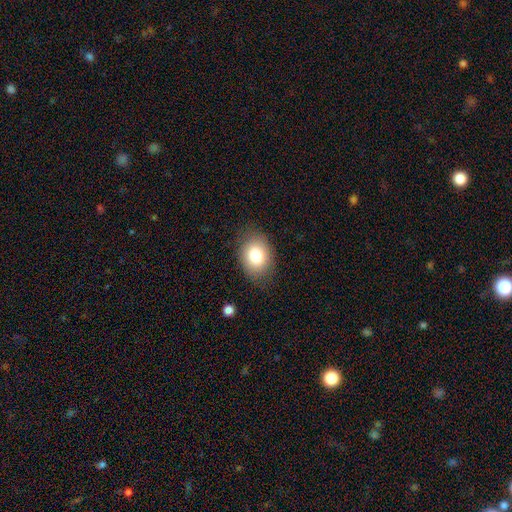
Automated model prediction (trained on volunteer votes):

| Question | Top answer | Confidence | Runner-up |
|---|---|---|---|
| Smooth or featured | smooth | 81% | featured or disk (10%) |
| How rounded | in between | 75% | round (24%) |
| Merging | none | 82% | minor disturbance (13%) |